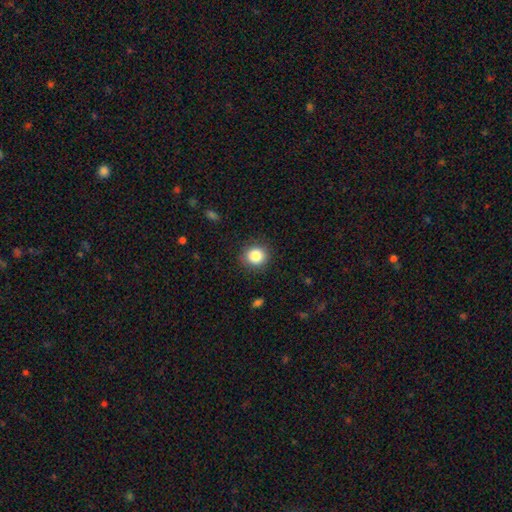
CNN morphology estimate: smooth-or-featured: smooth: 85% | star or artifact: 10% | featured or disk: 6%
  how-rounded: round: 88% | in between: 11% | cigar-shaped: 1%
  merging: none: 88% | minor disturbance: 8% | major disturbance: 3% | merger: 1%